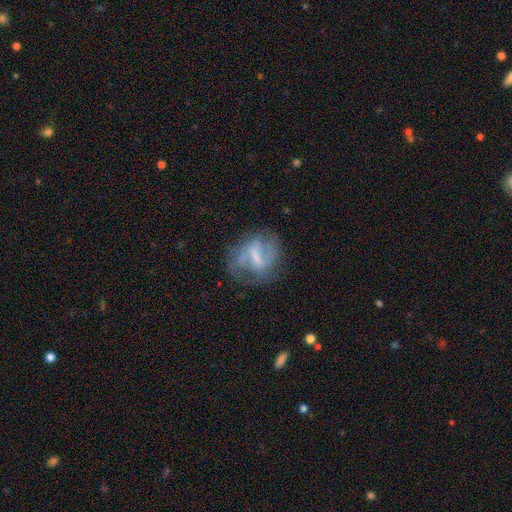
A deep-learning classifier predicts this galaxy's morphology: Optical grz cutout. It shows a featured or disk galaxy (69%) with a weak bar (44%), spiral arms (72%) and a small central bulge (36%). Merging: none (61%).